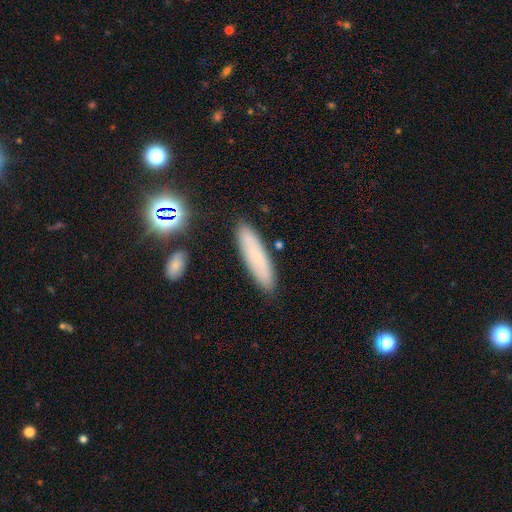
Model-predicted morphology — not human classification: This appears to be a smooth galaxy with no disk features (74%) that is cigar-shaped (78%). Merging: none (87%).